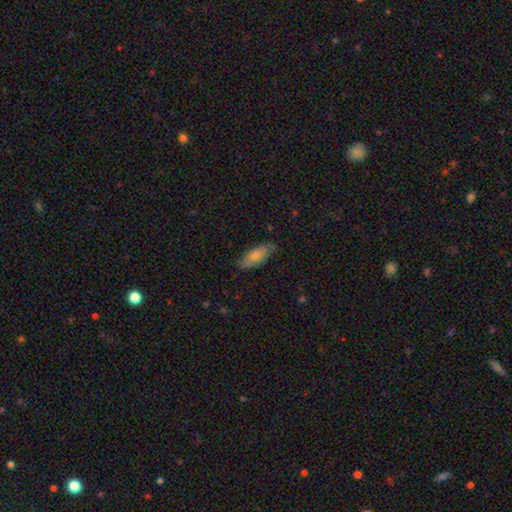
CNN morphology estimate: Q: Smooth or featured?
A: smooth (69%); runner-up: featured or disk (25%)
Q: How rounded?
A: in between (83%); runner-up: cigar-shaped (14%)
Q: Merging?
A: none (77%); runner-up: minor disturbance (19%)